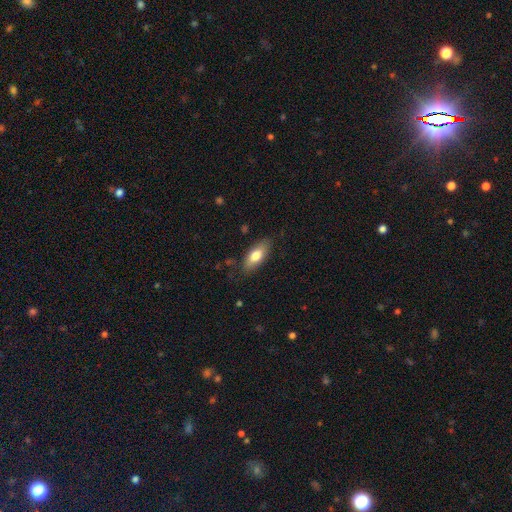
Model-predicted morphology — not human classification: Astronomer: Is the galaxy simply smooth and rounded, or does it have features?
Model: smooth — 73%.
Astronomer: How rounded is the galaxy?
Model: in between — 75%.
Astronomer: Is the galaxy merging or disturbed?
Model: none — 81%.